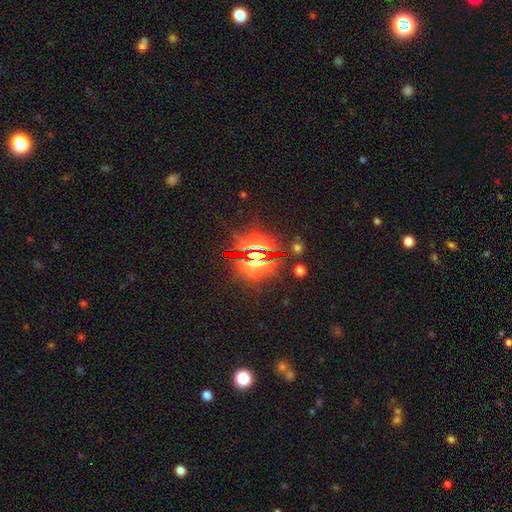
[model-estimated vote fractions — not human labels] Q: Smooth or featured?
A: star or artifact (78%); runner-up: smooth (13%)